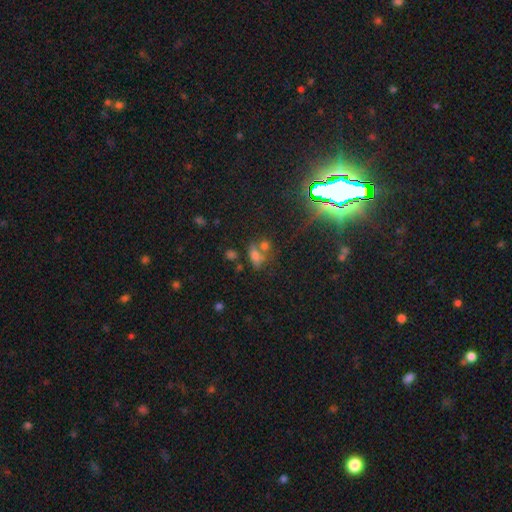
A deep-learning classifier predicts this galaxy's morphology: smooth 59%, star or artifact 27%, featured or disk 14%. Down the decision tree: how rounded — in between (73%); merging — none (40%, tied with merger).